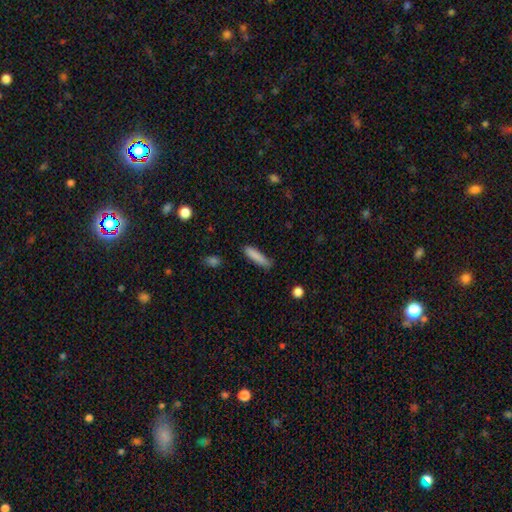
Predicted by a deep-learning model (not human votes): Smooth or featured: smooth — 84% (featured or disk — 9%)
How rounded: cigar-shaped — 83% (in between — 15%)
Merging: none — 76% (minor disturbance — 19%)